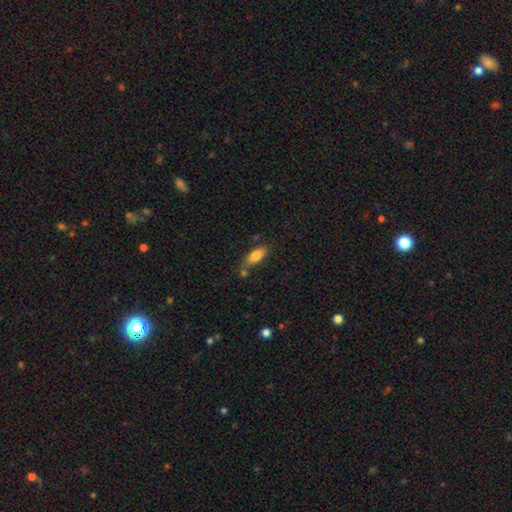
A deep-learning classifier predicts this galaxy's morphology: Smooth or featured: smooth — 80% (featured or disk — 13%)
How rounded: in between — 75% (cigar-shaped — 23%)
Merging: none — 60% (minor disturbance — 20%)